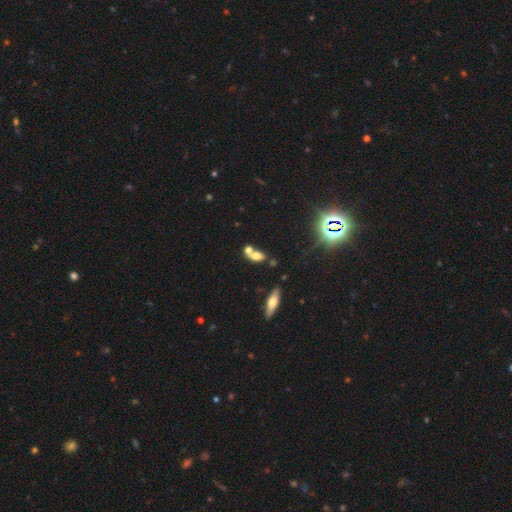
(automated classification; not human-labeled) This is likely a smooth galaxy (64%). How rounded: likely in between (73%). Merging: possibly merger (47%).